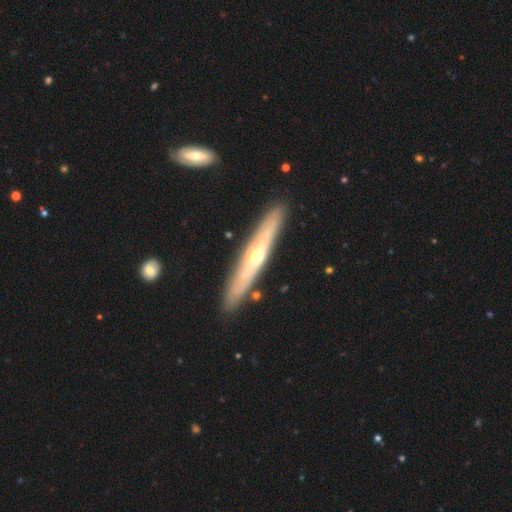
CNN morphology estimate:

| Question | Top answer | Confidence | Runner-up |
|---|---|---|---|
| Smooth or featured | featured or disk | 67% | smooth (28%) |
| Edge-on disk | yes | 89% | no (11%) |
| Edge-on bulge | rounded | 80% | none (17%) |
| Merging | none | 88% | minor disturbance (8%) |